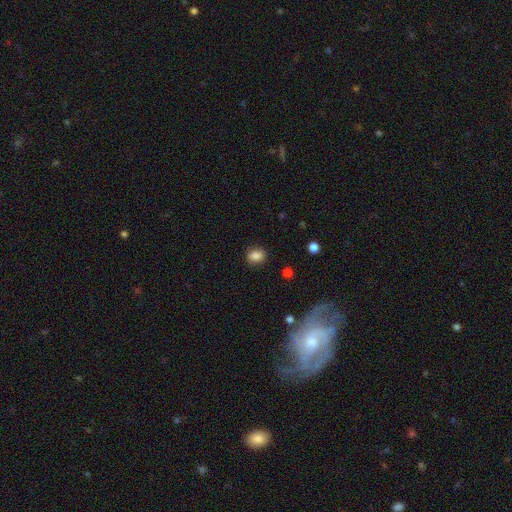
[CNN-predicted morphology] smooth 85%, star or artifact 10%, featured or disk 5%. Down the decision tree: how rounded — in between (56%); merging — none (85%).